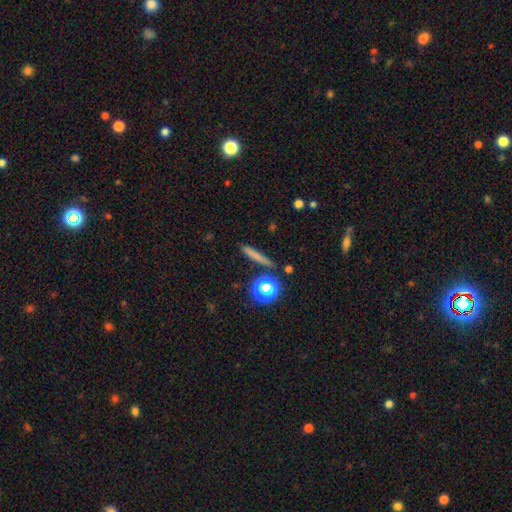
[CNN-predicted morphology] A smooth galaxy with no disk features (68%) that is cigar-shaped (86%). Merging: none (84%).